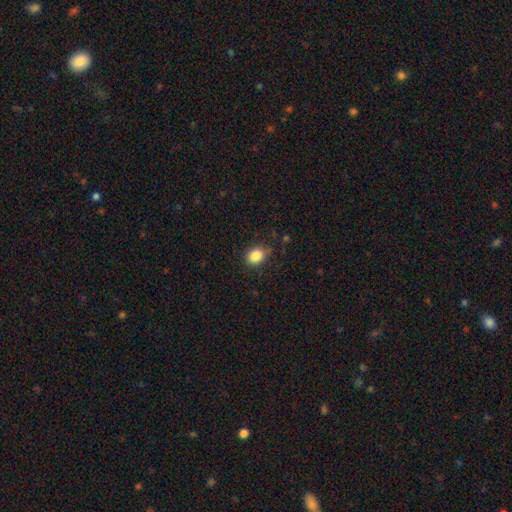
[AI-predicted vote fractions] Q: Smooth or featured?
A: smooth (86%); runner-up: star or artifact (10%)
Q: How rounded?
A: round (51%); runner-up: in between (48%)
Q: Merging?
A: none (80%); runner-up: minor disturbance (15%)